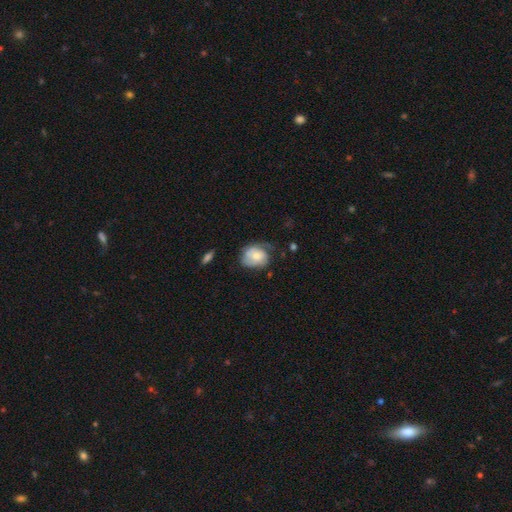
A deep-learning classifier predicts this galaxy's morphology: smooth-or-featured: smooth: 58% | featured or disk: 35% | star or artifact: 7%
  how-rounded: round: 54% | in between: 45% | cigar-shaped: 1%
  merging: none: 46% | minor disturbance: 35% | major disturbance: 17% | merger: 3%